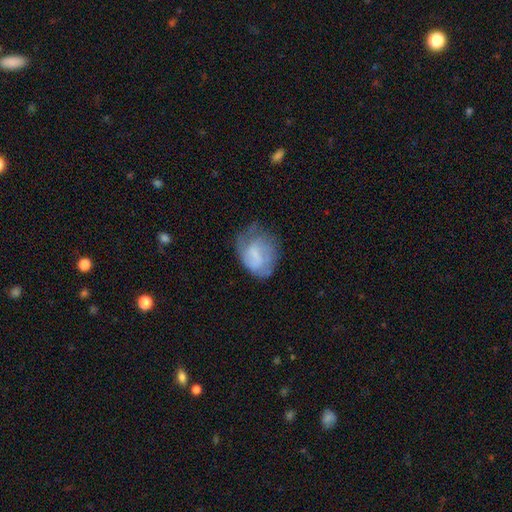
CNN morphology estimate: A smooth galaxy with no disk features (46%, tied with featured or disk).

Vote fractions:
- Smooth or featured? smooth: 46% (tied) / featured or disk: 46% (tied) / star or artifact: 8%
- Merging? none: 42% / minor disturbance: 33% / major disturbance: 23% / merger: 2%